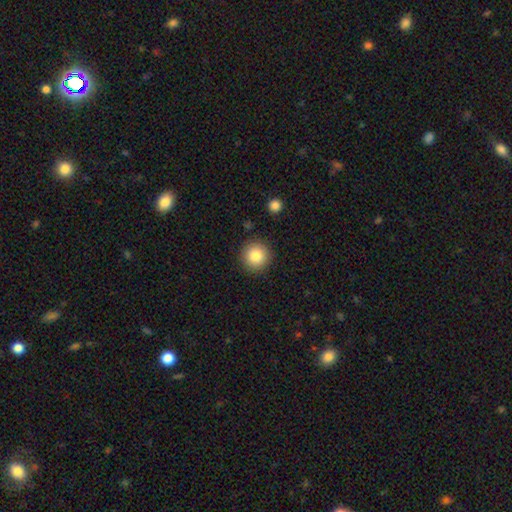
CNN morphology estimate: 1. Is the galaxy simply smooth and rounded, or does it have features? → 84% smooth, 9% star or artifact, 7% featured or disk.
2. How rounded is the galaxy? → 95% round, 4% in between, 1% cigar-shaped.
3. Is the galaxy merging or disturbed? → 89% none, 7% minor disturbance, 2% major disturbance, 2% merger.